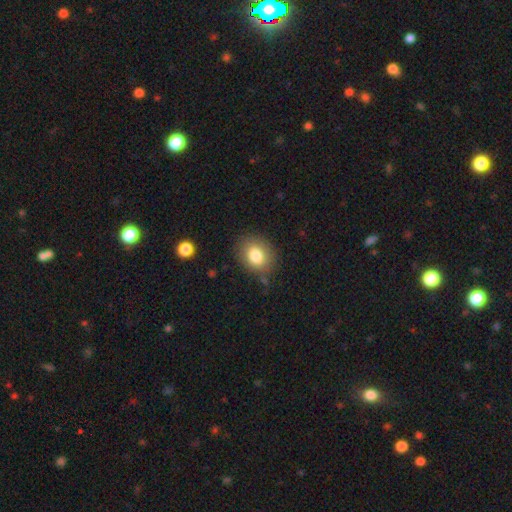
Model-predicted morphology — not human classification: Q: Smooth or featured?
A: smooth (81%); runner-up: star or artifact (10%)
Q: How rounded?
A: round (53%); runner-up: in between (46%)
Q: Merging?
A: none (81%); runner-up: minor disturbance (13%)